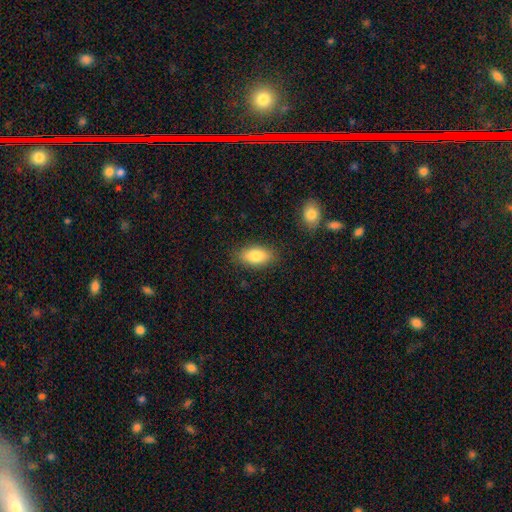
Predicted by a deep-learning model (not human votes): Overall: smooth (82%). How rounded: in between (90%). Merging: none (84%).